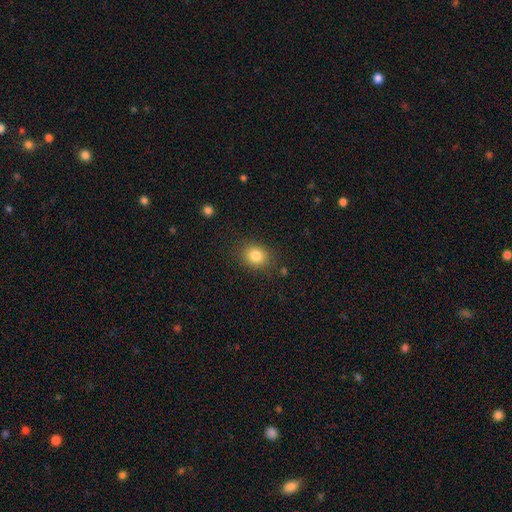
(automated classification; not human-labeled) Q: Smooth or featured?
A: smooth (82%); runner-up: star or artifact (11%)
Q: How rounded?
A: round (58%); runner-up: in between (41%)
Q: Merging?
A: none (85%); runner-up: minor disturbance (10%)